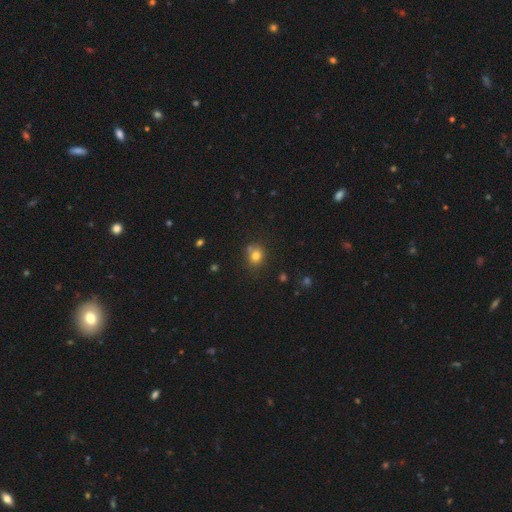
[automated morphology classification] Smooth or featured? Predicted: smooth (p=0.77). How rounded? Predicted: round (p=0.71). Merging? Predicted: none (p=0.66).